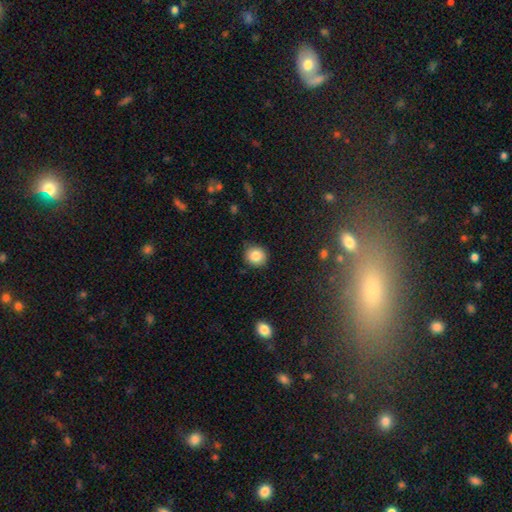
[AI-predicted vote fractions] A smooth galaxy with no disk features (85%) that is round (83%).

Vote fractions:
- Smooth or featured? smooth: 85% / star or artifact: 9% / featured or disk: 6%
- How rounded? round: 83% / in between: 16% / cigar-shaped: 1%
- Merging? none: 83% / minor disturbance: 13% / major disturbance: 2% / merger: 2%